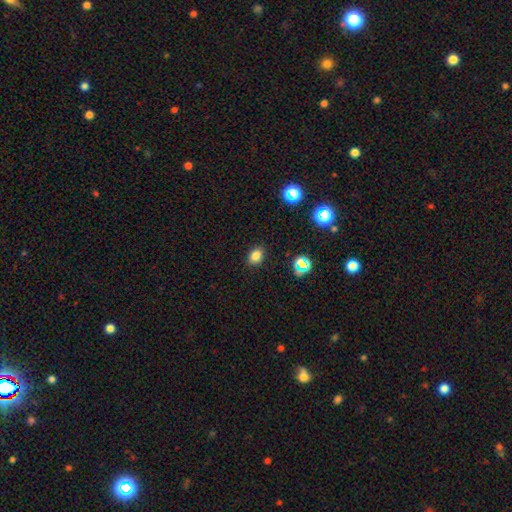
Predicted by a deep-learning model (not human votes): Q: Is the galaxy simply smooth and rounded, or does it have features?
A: smooth — 80%.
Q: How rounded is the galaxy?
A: in between — 67%.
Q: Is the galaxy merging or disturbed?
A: none — 88%.